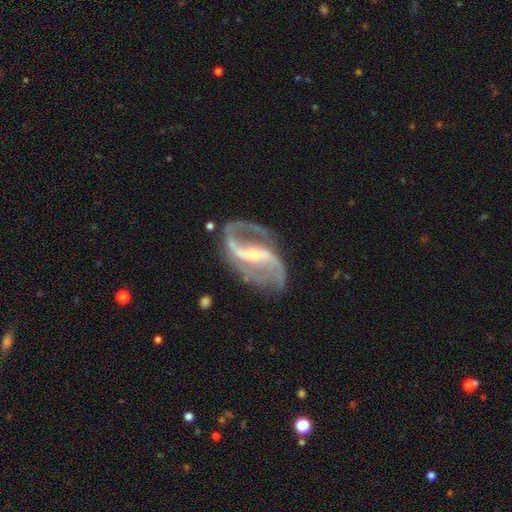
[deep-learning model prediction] smooth-or-featured: featured or disk: 92% | star or artifact: 5% | smooth: 3%
  disk-edge-on: no: 97% | yes: 3%
    bar: strong: 57% | weak: 29% | no: 14%
    has-spiral-arms: yes: 97% | no: 3%
      spiral-winding: medium: 46% | loose: 41% | tight: 13%
      spiral-arm-count: 2: 91% | can't tell: 2% | 3: 2% | 1: 2% | 4: 1% | more than 4: 1%
    bulge-size: small: 66% | moderate: 30% | none: 2% | large: 1% | dominant: 1%
  merging: none: 72% | minor disturbance: 16% | major disturbance: 10% | merger: 2%